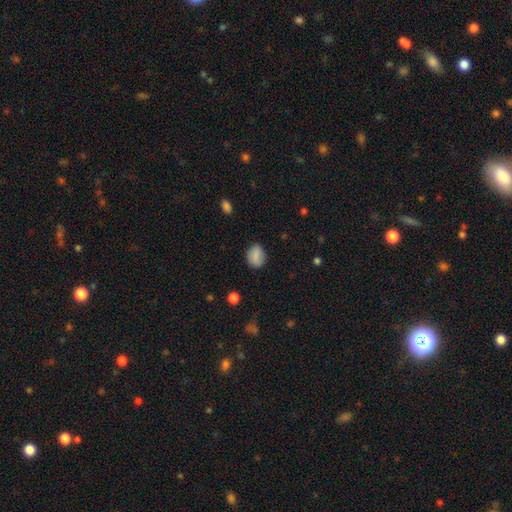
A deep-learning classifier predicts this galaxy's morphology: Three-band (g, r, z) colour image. It shows a smooth galaxy with no disk features (84%) that is in between round and cigar-shaped (56%). Merging: none (80%).